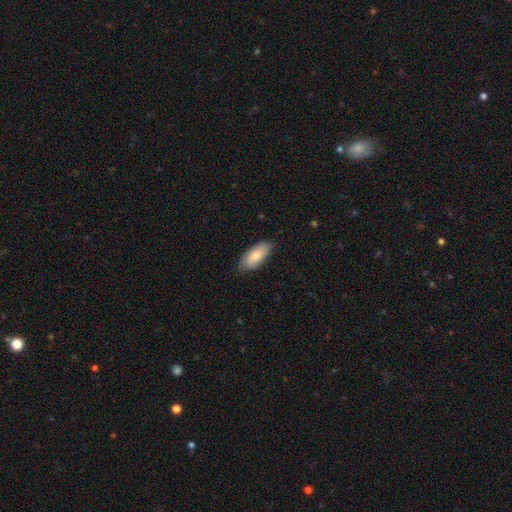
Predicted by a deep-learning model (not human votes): smooth_or_featured: smooth (p=0.80) [alt: featured or disk p=0.14]
how_rounded: in between (p=0.87) [alt: cigar-shaped p=0.11]
merging: none (p=0.81) [alt: minor disturbance p=0.16]